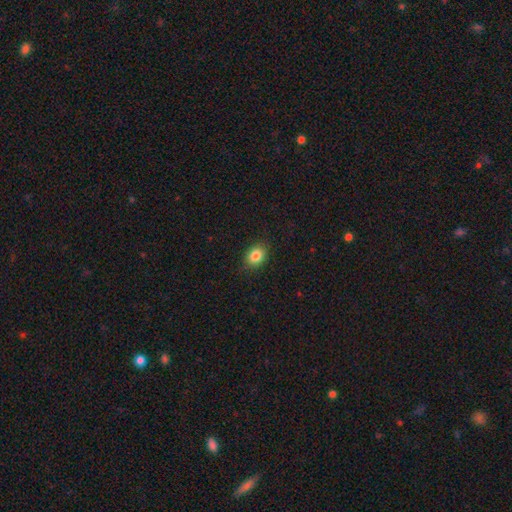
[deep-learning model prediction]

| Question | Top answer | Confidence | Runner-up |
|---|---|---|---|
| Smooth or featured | smooth | 85% | star or artifact (10%) |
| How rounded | in between | 57% | round (42%) |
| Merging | none | 88% | minor disturbance (9%) |